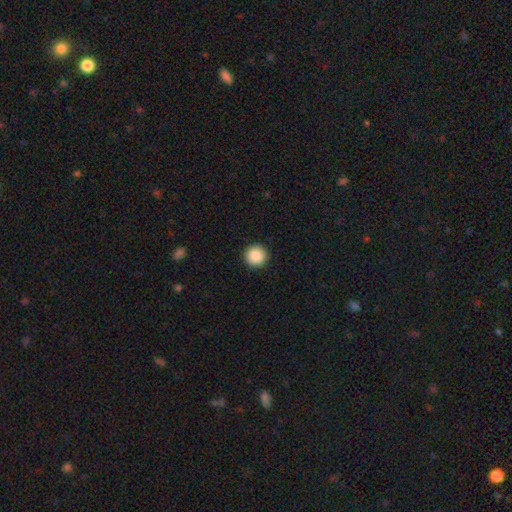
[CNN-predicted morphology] Smooth or featured? Predicted: smooth (p=0.88). How rounded? Predicted: round (p=0.96). Merging? Predicted: none (p=0.93).